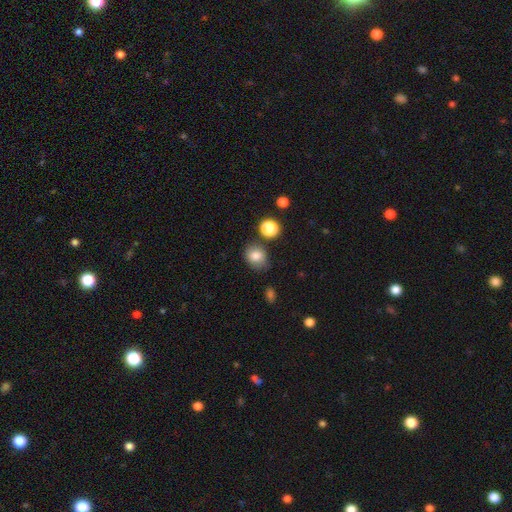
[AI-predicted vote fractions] smooth 82%, star or artifact 11%, featured or disk 7%. Down the decision tree: how rounded — round (64%); merging — none (75%).